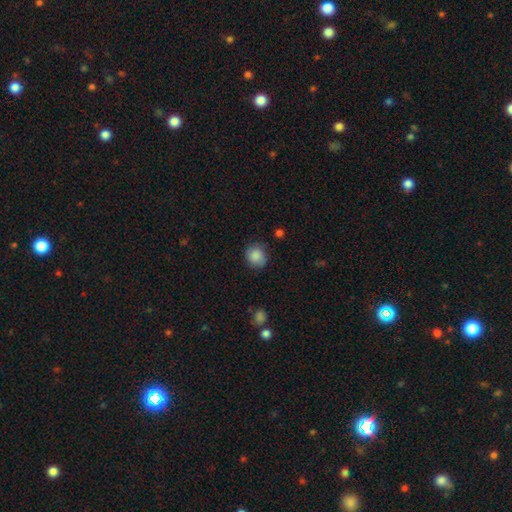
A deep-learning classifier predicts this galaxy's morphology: smooth_or_featured: smooth (p=0.87) [alt: star or artifact p=0.09]
how_rounded: round (p=0.81) [alt: in between p=0.18]
merging: none (p=0.78) [alt: minor disturbance p=0.16]